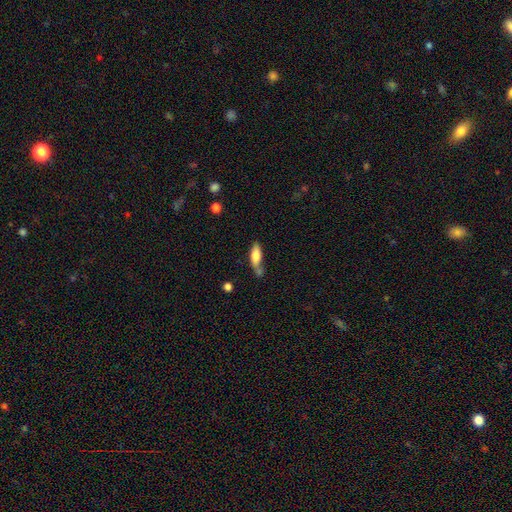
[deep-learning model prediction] smooth 75%, featured or disk 18%, star or artifact 7%. Down the decision tree: how rounded — in between (62%); merging — none (48%).